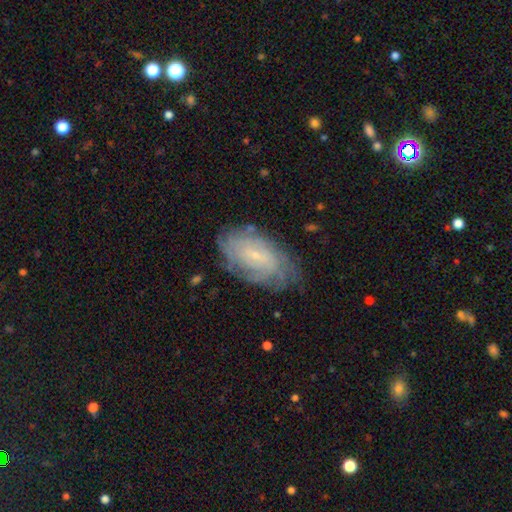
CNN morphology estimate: Smooth or featured? Predicted: featured or disk (p=0.70). Edge-on disk? Predicted: no (p=0.95). Bar? Predicted: no (p=0.56). Spiral arms? Predicted: yes (p=0.89). Spiral winding? Predicted: tight (p=0.70). Spiral arm count? Predicted: can't tell (p=0.57). Bulge size? Predicted: small (p=0.80). Merging? Predicted: none (p=0.72).